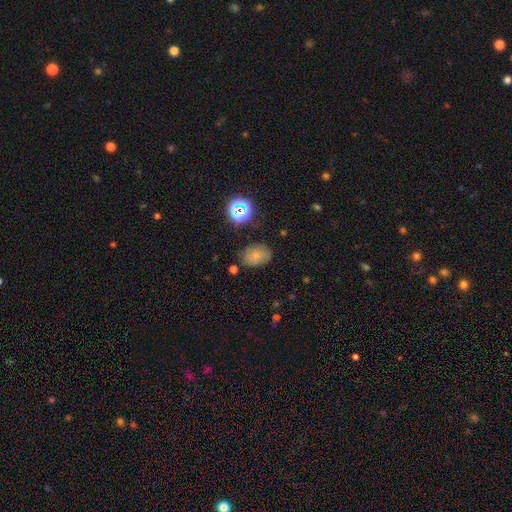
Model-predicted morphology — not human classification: This appears to be a smooth galaxy with no disk features (74%) that is in between round and cigar-shaped (75%). Merging: none (74%).